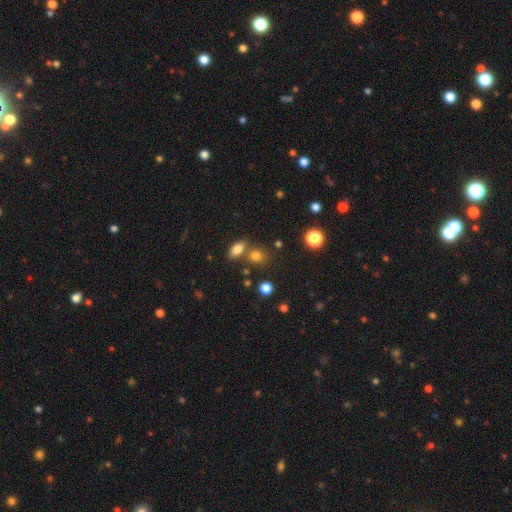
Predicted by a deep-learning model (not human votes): This appears to be a smooth galaxy with no disk features (79%) that is round (53%). Merging: none (62%).